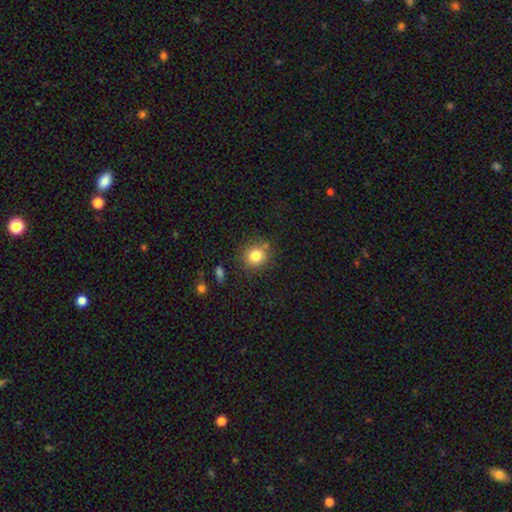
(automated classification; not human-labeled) This appears to be a smooth galaxy with no disk features (82%) that is round (87%). Merging: none (79%).